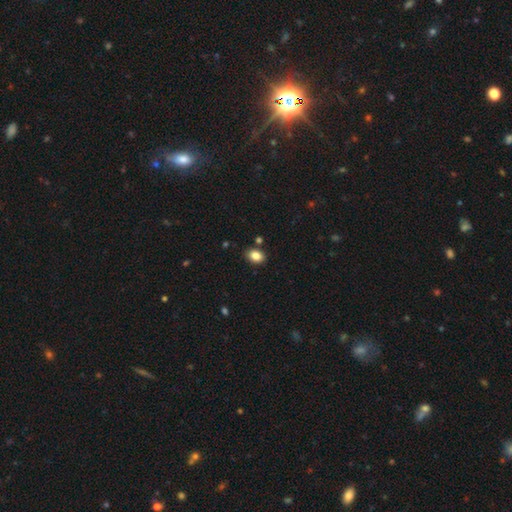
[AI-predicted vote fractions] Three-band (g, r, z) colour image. It shows a smooth galaxy with no disk features (85%) that is in between round and cigar-shaped (75%). Merging: none (85%).